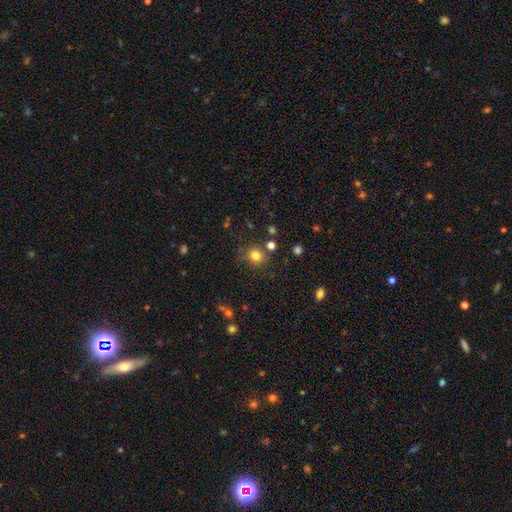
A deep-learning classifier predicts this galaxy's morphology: smooth 80%, star or artifact 14%, featured or disk 6%. Down the decision tree: how rounded — round (87%); merging — none (79%).